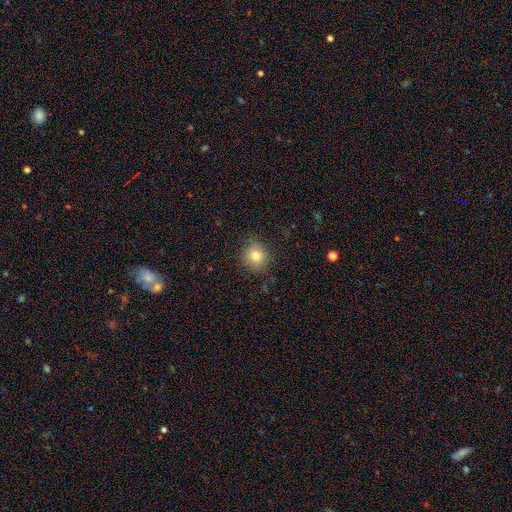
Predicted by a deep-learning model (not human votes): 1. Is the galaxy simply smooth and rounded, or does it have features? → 80% smooth, 12% star or artifact, 8% featured or disk.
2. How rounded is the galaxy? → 87% round, 11% in between, 1% cigar-shaped.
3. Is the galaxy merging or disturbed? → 86% none, 10% minor disturbance, 3% major disturbance, 1% merger.